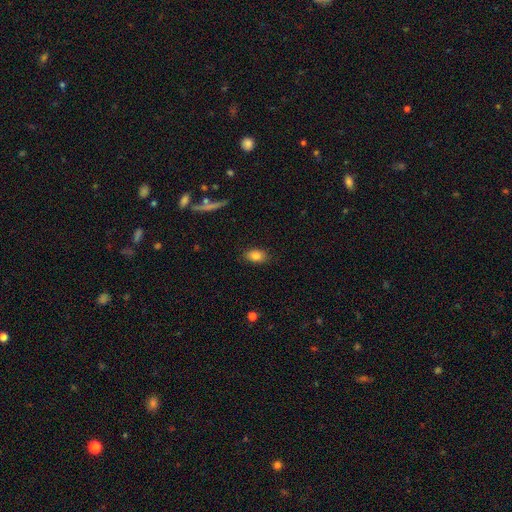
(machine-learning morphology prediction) This is clearly a smooth galaxy (84%). How rounded: clearly in between (87%). Merging: clearly none (85%).